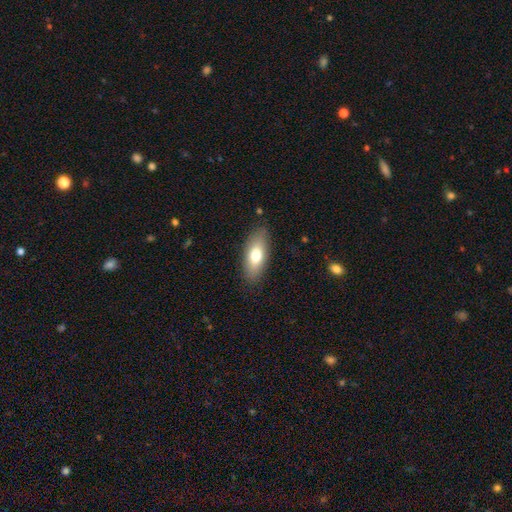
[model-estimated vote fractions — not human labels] smooth-or-featured: smooth: 73% | featured or disk: 20% | star or artifact: 7%
  how-rounded: in between: 79% | cigar-shaped: 19% | round: 3%
  merging: none: 85% | minor disturbance: 11% | major disturbance: 3% | merger: 1%